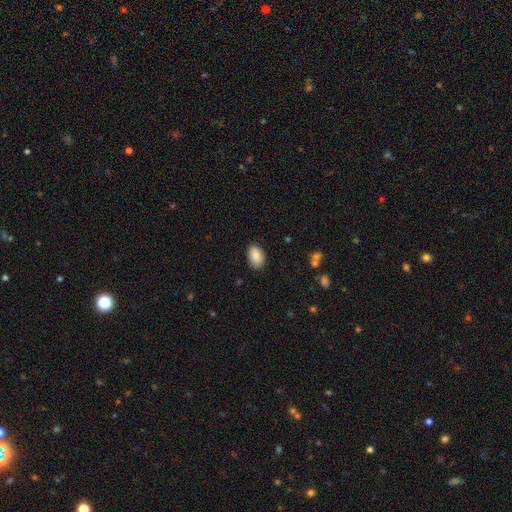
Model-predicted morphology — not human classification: Smooth or featured? smooth (88%)
How rounded? in between (91%)
Merging? none (83%)